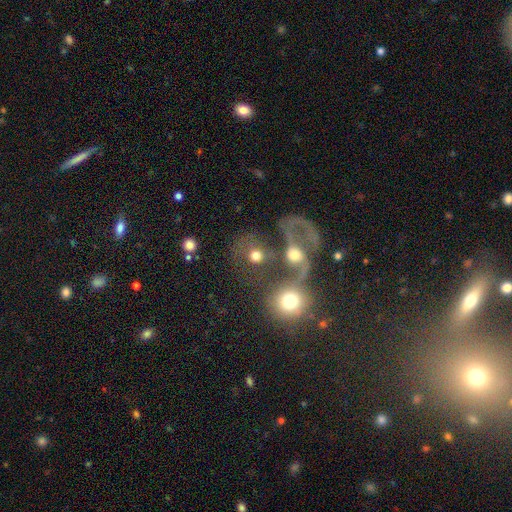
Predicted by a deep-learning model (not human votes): A smooth galaxy with no disk features (58%) that is round (77%). Merging: merger (49%).